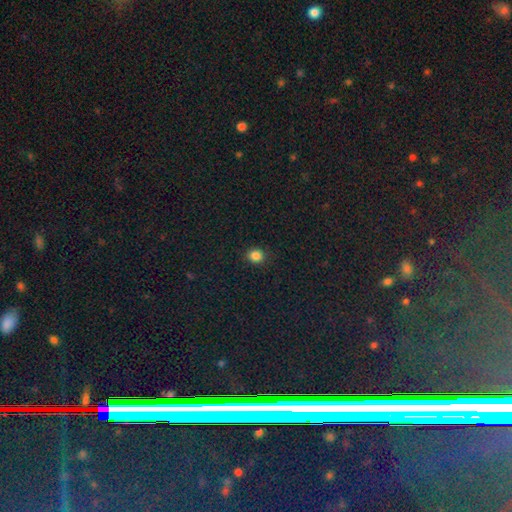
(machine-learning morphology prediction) smooth 84%, star or artifact 12%, featured or disk 4%. Down the decision tree: how rounded — round (79%); merging — none (90%).